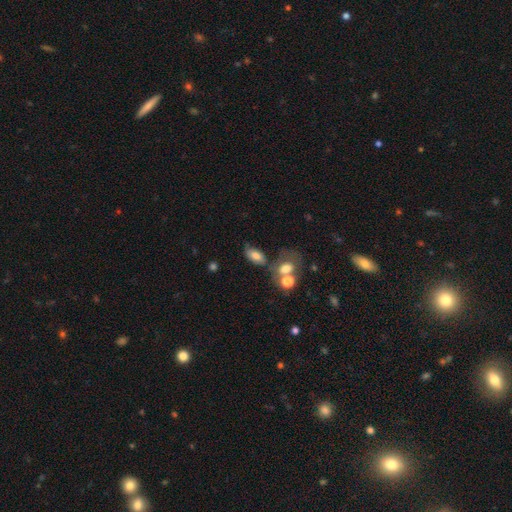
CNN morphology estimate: smooth-or-featured: smooth: 71% | featured or disk: 19% | star or artifact: 10%
  how-rounded: in between: 89% | round: 8% | cigar-shaped: 3%
  merging: none: 51% | merger: 20% | minor disturbance: 19% | major disturbance: 10%